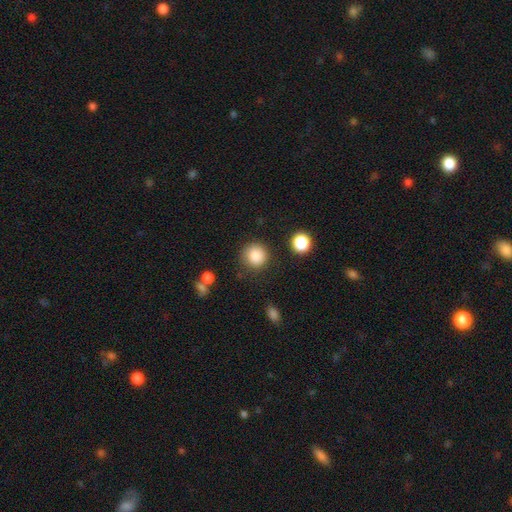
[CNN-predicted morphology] Smooth or featured? smooth (87%)
How rounded? round (92%)
Merging? none (83%)